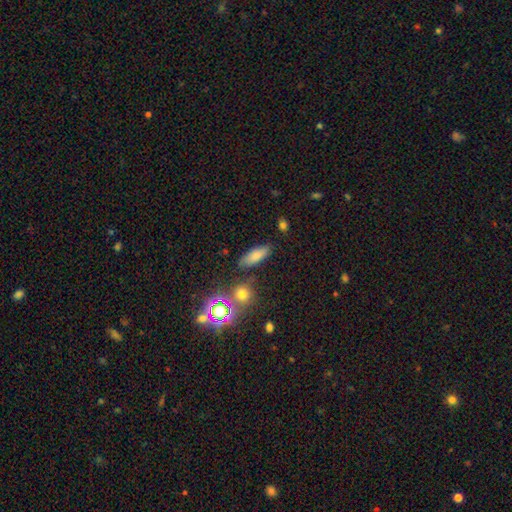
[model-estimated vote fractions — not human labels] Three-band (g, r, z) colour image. It shows a smooth galaxy with no disk features (76%) that is in between round and cigar-shaped (65%). Merging: none (79%).